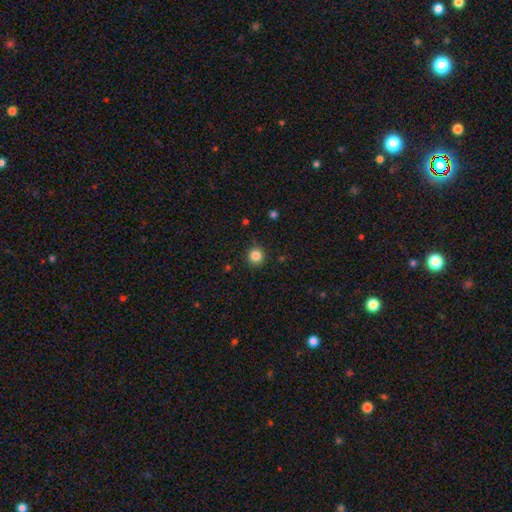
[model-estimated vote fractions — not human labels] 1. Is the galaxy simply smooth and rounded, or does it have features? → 84% smooth, 11% star or artifact, 4% featured or disk.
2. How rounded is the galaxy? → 93% round, 6% in between, 1% cigar-shaped.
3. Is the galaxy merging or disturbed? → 88% none, 9% minor disturbance, 2% major disturbance, 1% merger.